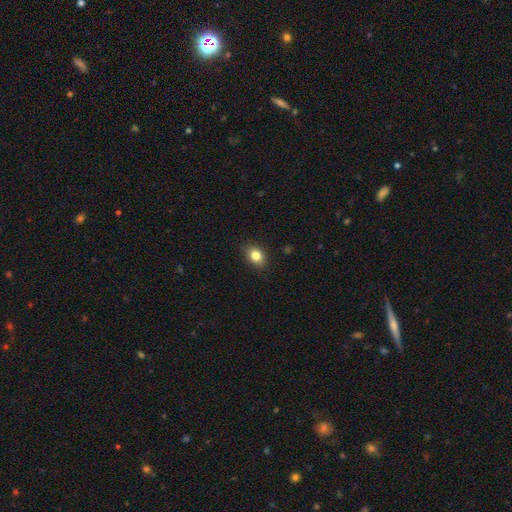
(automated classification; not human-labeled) This appears to be a smooth galaxy with no disk features (84%) that is in between round and cigar-shaped (68%). Merging: none (87%).